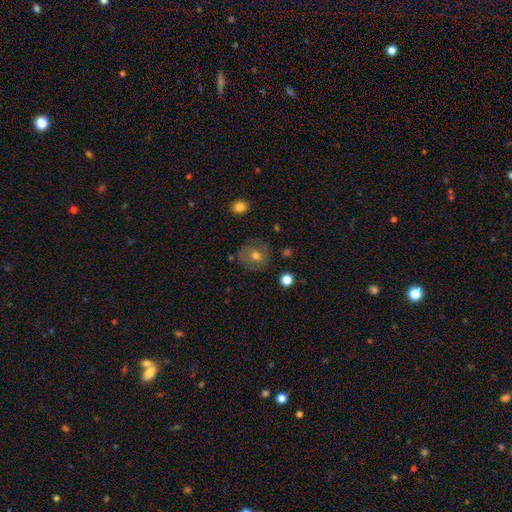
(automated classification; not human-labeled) Morphology: type=smooth (54%); roundness=round (81%); merging=none (76%).